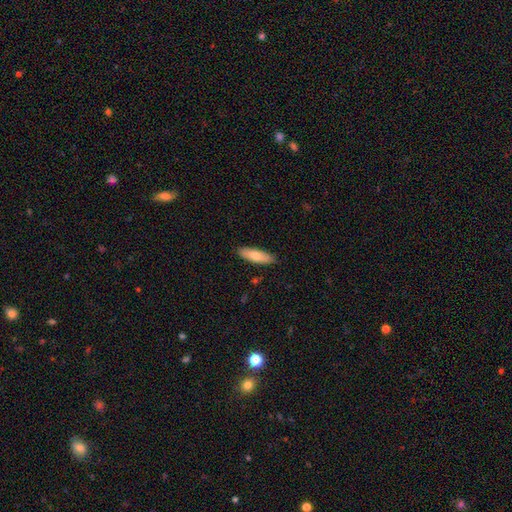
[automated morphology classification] smooth-or-featured: smooth: 72% | featured or disk: 22% | star or artifact: 6%
  how-rounded: in between: 52% | cigar-shaped: 46% | round: 2%
  merging: none: 88% | minor disturbance: 9% | major disturbance: 2% | merger: 1%